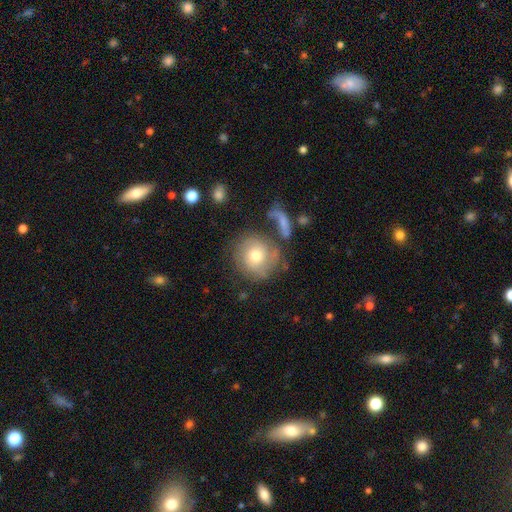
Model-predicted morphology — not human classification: The model was most divided on "smooth or featured": smooth: 54%, featured or disk: 38%, star or artifact: 9%. More confident: how rounded — round (89%); merging — none (58%).